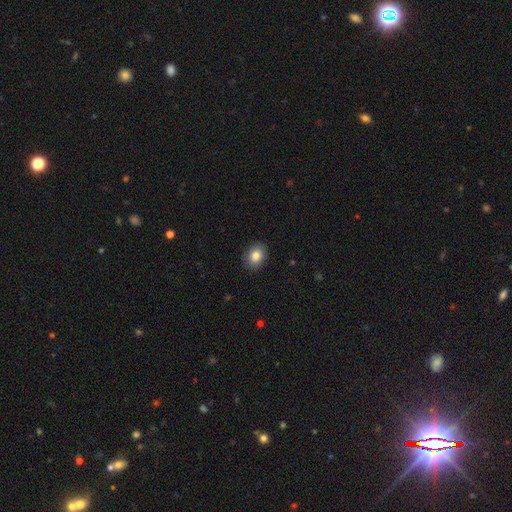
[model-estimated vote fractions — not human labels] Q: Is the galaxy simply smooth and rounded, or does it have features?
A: smooth — 85%.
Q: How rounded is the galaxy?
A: in between — 63%.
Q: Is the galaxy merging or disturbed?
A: none — 89%.